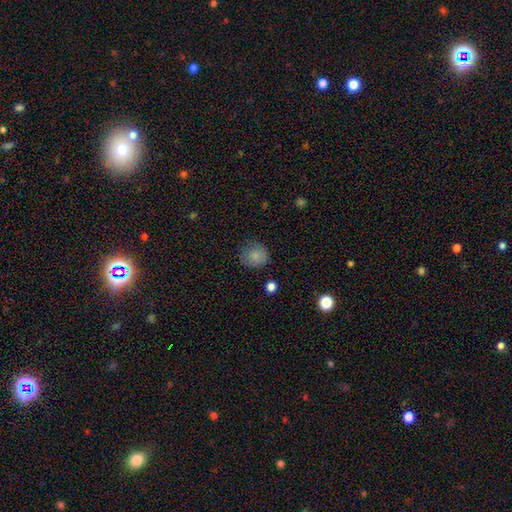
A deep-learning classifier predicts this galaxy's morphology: Smooth or featured? smooth (83%)
How rounded? round (84%)
Merging? none (80%)